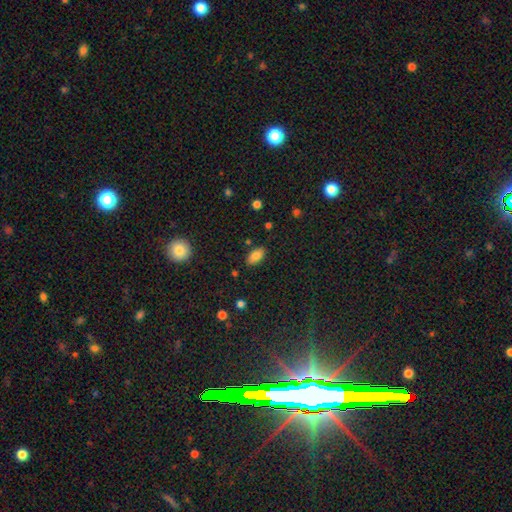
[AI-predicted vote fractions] Q: Smooth or featured?
A: smooth (82%); runner-up: star or artifact (10%)
Q: How rounded?
A: in between (92%); runner-up: round (4%)
Q: Merging?
A: none (84%); runner-up: minor disturbance (11%)